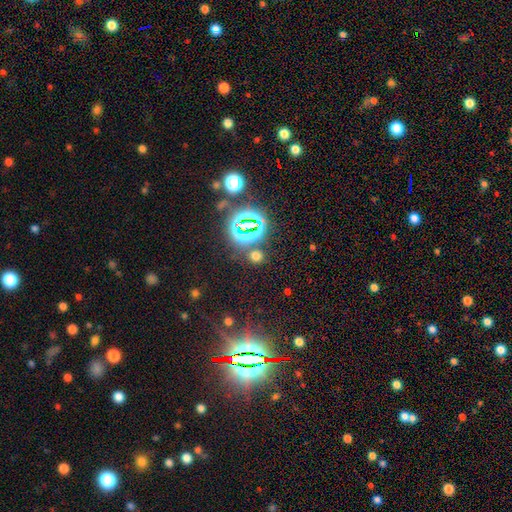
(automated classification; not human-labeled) This is possibly a smooth galaxy (50%). Merging: clearly none (81%).